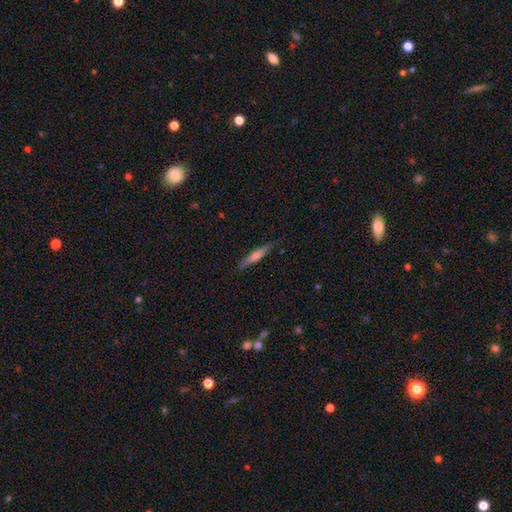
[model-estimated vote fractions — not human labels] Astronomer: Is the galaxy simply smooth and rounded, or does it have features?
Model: featured or disk — 48% (runner-up: smooth, 46%).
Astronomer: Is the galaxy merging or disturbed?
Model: none — 82%.